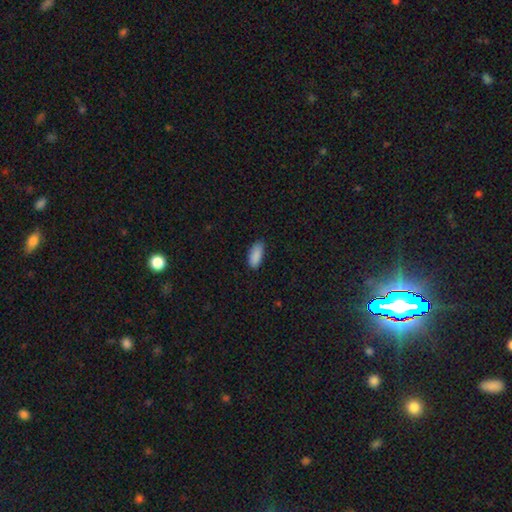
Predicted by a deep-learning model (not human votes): This is clearly a smooth galaxy (89%). How rounded: clearly in between (88%). Merging: clearly none (80%).